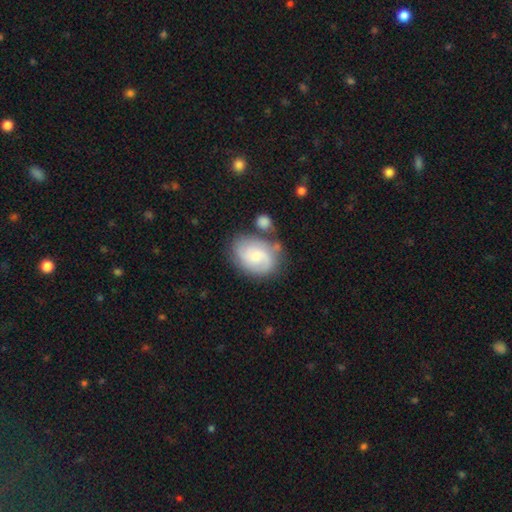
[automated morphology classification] Smooth or featured?
  - featured or disk: 62% *
  - smooth: 31%
  - star or artifact: 7%
Edge-on disk?
  - no: 97% *
  - yes: 3%
Bar?
  - no: 61% *
  - weak: 34%
  - strong: 5%
Spiral arms?
  - yes: 90% *
  - no: 10%
Spiral winding?
  - medium: 45% *
  - tight: 35%
  - loose: 20%
Spiral arm count?
  - 2: 61% *
  - can't tell: 19%
  - 3: 12%
  - 1: 5%
  - 4: 2%
  - more than 4: 2%
Bulge size?
  - small: 56% *
  - moderate: 38%
  - none: 3%
  - large: 2%
  - dominant: 1%
Merging?
  - none: 64% *
  - minor disturbance: 20%
  - merger: 9%
  - major disturbance: 7%